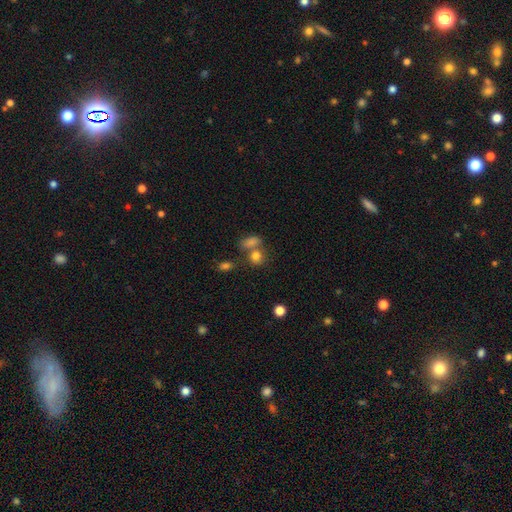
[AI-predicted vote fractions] Smooth or featured?
  - smooth: 78% *
  - star or artifact: 13%
  - featured or disk: 9%
How rounded?
  - round: 61% *
  - in between: 37%
  - cigar-shaped: 2%
Merging?
  - none: 47% *
  - merger: 36%
  - minor disturbance: 12%
  - major disturbance: 6%